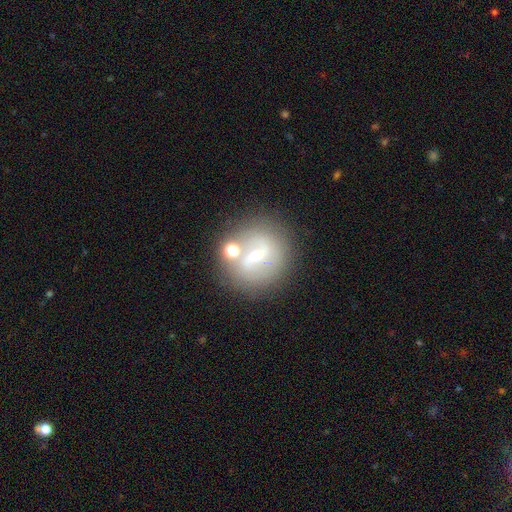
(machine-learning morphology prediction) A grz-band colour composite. It shows a featured or disk galaxy (66%) with a weak bar (42%), spiral arms (65%) and a small central bulge (60%). Merging: none (73%).